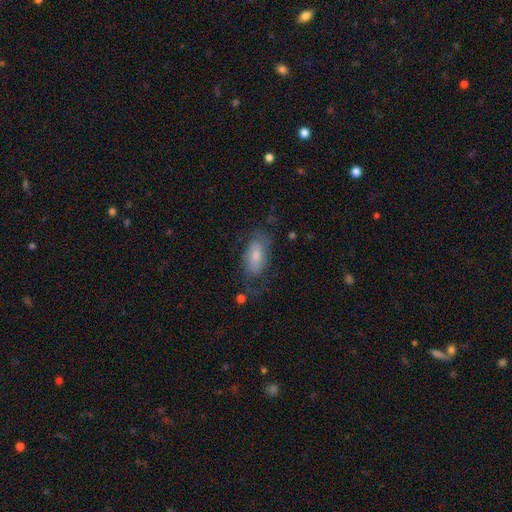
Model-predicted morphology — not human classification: Smooth or featured: smooth — 46% (tied with featured or disk — 46%)
Merging: none — 53% (minor disturbance — 24%)